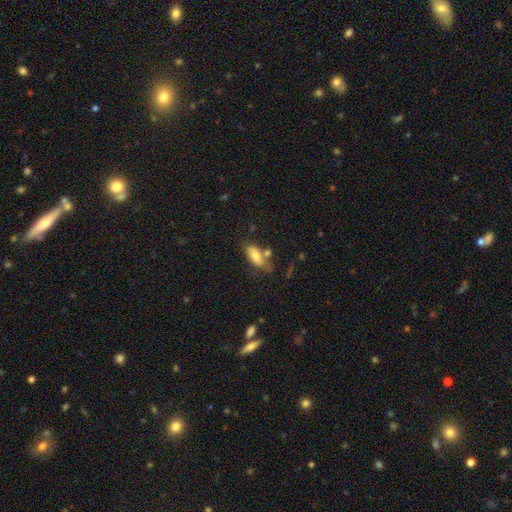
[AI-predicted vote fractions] This appears to be a smooth galaxy with no disk features (74%) that is in between round and cigar-shaped (85%). Merging: none (52%).